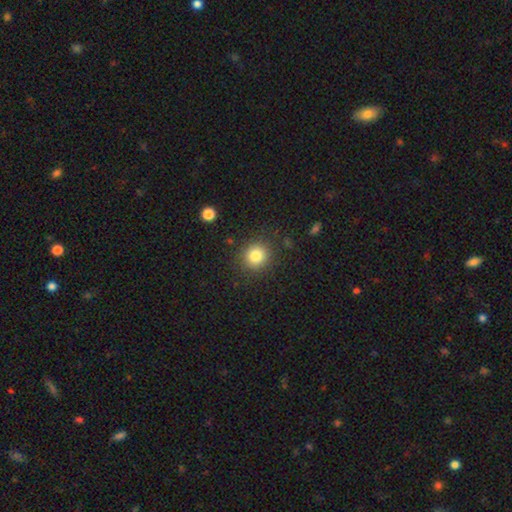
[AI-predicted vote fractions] Q: Smooth or featured?
A: smooth (82%); runner-up: star or artifact (12%)
Q: How rounded?
A: round (88%); runner-up: in between (11%)
Q: Merging?
A: none (87%); runner-up: minor disturbance (8%)